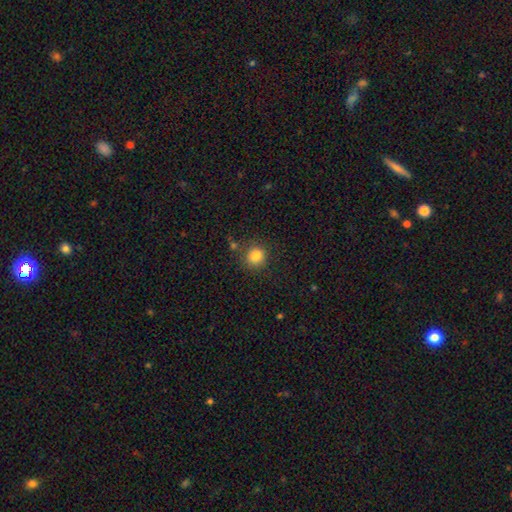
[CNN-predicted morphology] smooth-or-featured: smooth: 84% | star or artifact: 11% | featured or disk: 5%
  how-rounded: round: 90% | in between: 9% | cigar-shaped: 1%
  merging: none: 83% | minor disturbance: 9% | merger: 5% | major disturbance: 3%